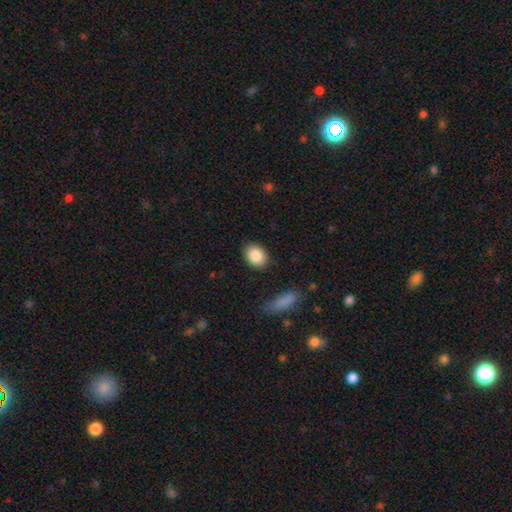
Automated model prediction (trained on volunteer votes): A smooth galaxy with no disk features (88%) that is in between round and cigar-shaped (60%).

Vote fractions:
- Smooth or featured? smooth: 88% / star or artifact: 7% / featured or disk: 5%
- How rounded? in between: 60% / round: 39% / cigar-shaped: 1%
- Merging? none: 86% / minor disturbance: 9% / major disturbance: 3% / merger: 2%